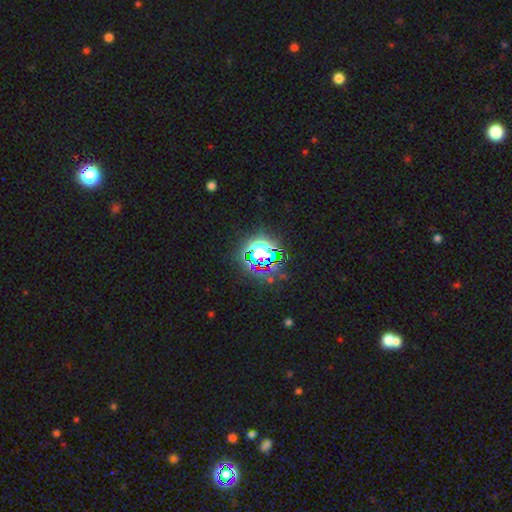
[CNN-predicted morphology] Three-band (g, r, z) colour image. It shows a star or artifact, not a galaxy (73%).